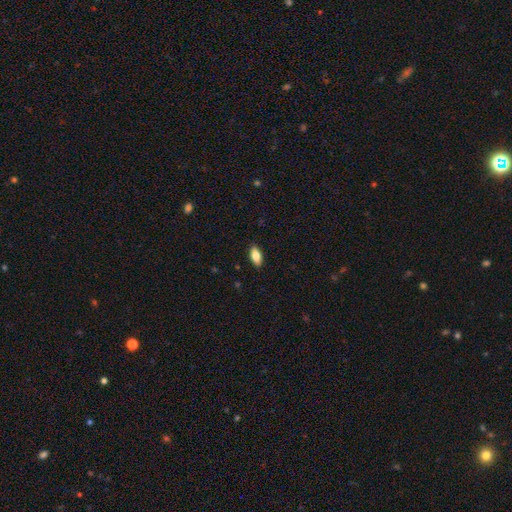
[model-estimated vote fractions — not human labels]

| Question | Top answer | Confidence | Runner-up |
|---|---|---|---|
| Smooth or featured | smooth | 77% | featured or disk (16%) |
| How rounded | in between | 86% | cigar-shaped (11%) |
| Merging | none | 88% | minor disturbance (9%) |